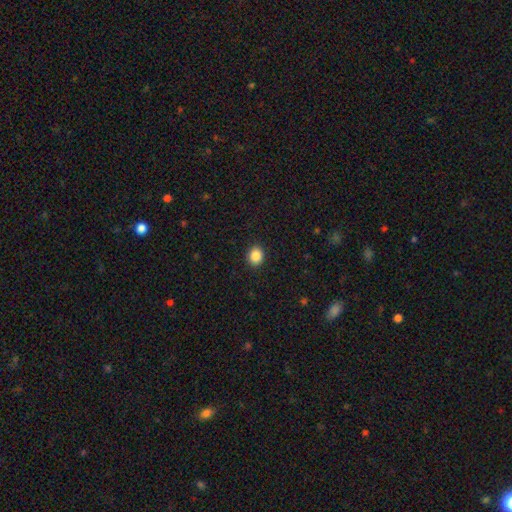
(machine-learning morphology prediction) type=smooth (88%); roundness=round (68%); merging=none (92%).